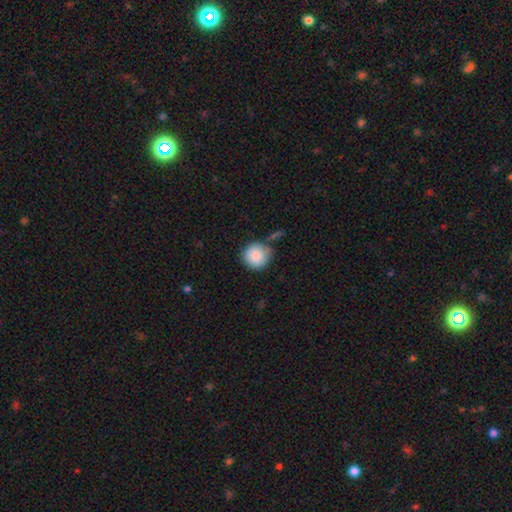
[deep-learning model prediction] This is clearly a smooth galaxy (87%). How rounded: clearly round (94%). Merging: likely none (71%).